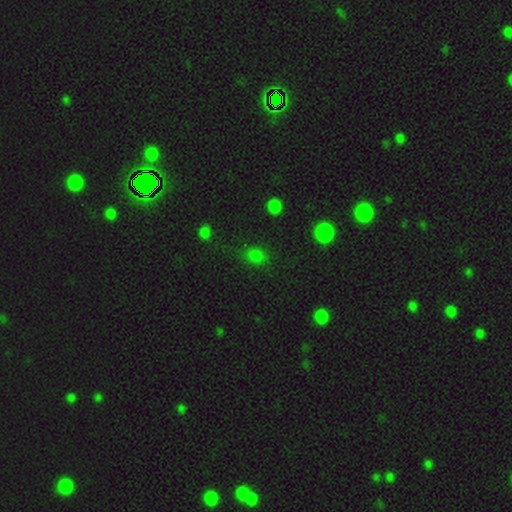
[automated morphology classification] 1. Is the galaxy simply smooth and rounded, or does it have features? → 73% smooth, 22% star or artifact, 5% featured or disk.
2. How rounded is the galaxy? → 50% round, 48% in between, 2% cigar-shaped.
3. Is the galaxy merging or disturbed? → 78% none, 15% minor disturbance, 5% major disturbance, 3% merger.